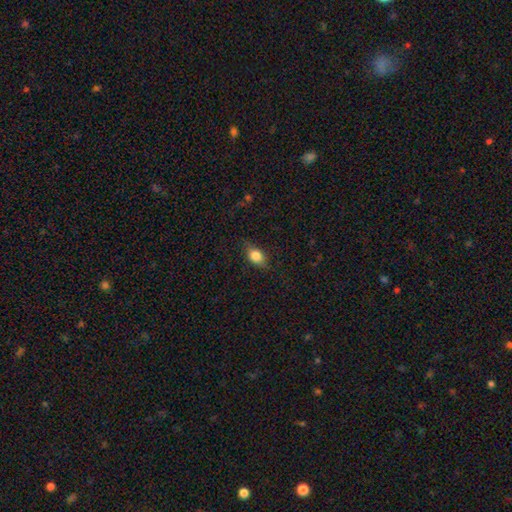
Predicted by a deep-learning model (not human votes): Overall: smooth (80%). How rounded: in between (77%). Merging: none (78%).